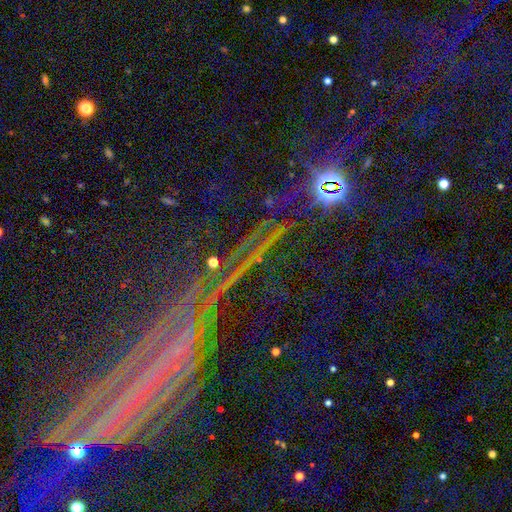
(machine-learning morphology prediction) A star or artifact, not a galaxy (79%).

Vote fractions:
- Smooth or featured? star or artifact: 79% / featured or disk: 11% / smooth: 10%